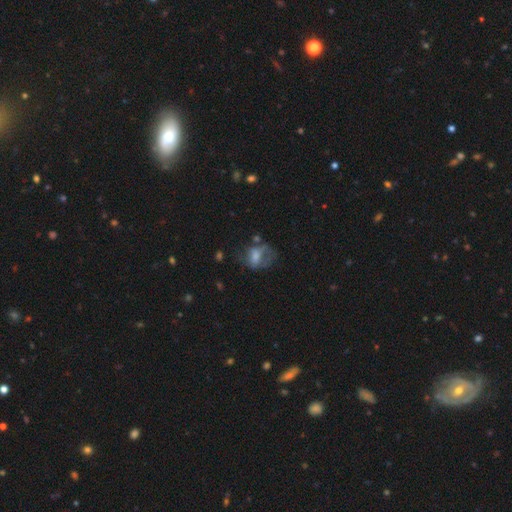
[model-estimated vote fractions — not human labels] Smooth or featured? Predicted: smooth (p=0.53). How rounded? Predicted: in between (p=0.64). Merging? Predicted: major disturbance (p=0.41).